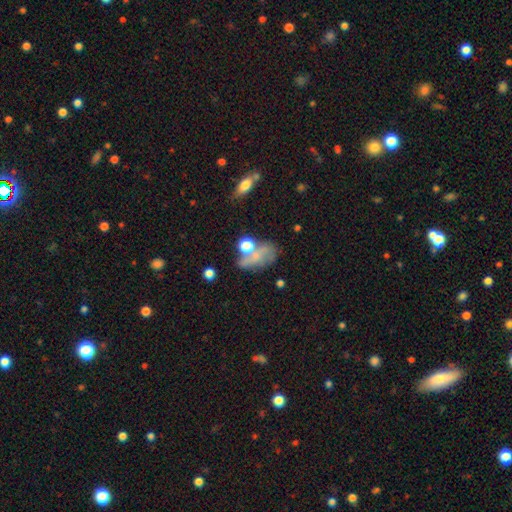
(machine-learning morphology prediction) Q: Smooth or featured?
A: smooth (47%); runner-up: featured or disk (38%)
Q: Merging?
A: none (37%); runner-up: merger (22%)